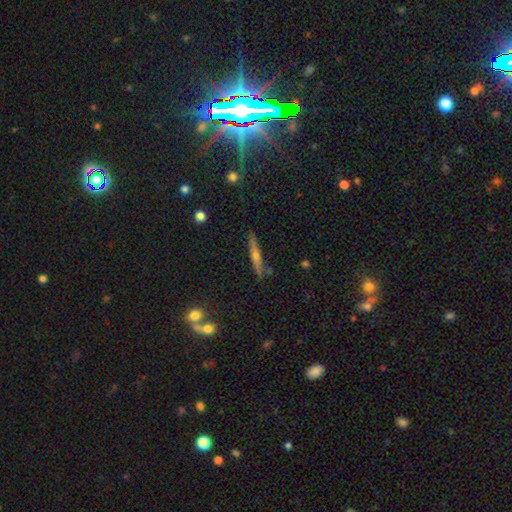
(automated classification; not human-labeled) This is possibly a featured or disk galaxy (55%). It is clearly viewed edge-on (94%). Edge-on bulge: likely rounded (78%). Merging: clearly none (83%).